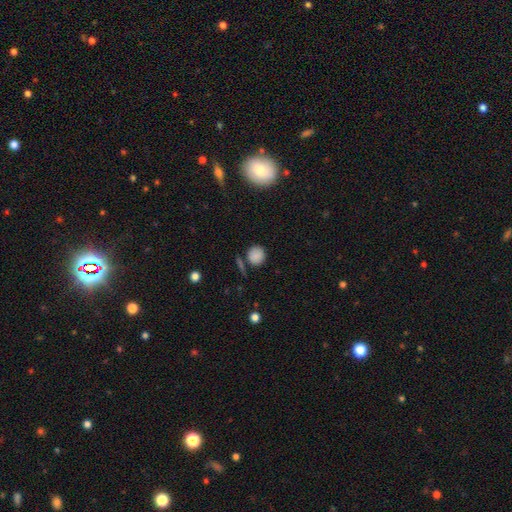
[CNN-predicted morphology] Smooth or featured: smooth — 82% (star or artifact — 12%)
How rounded: round — 87% (in between — 11%)
Merging: none — 75% (minor disturbance — 13%)